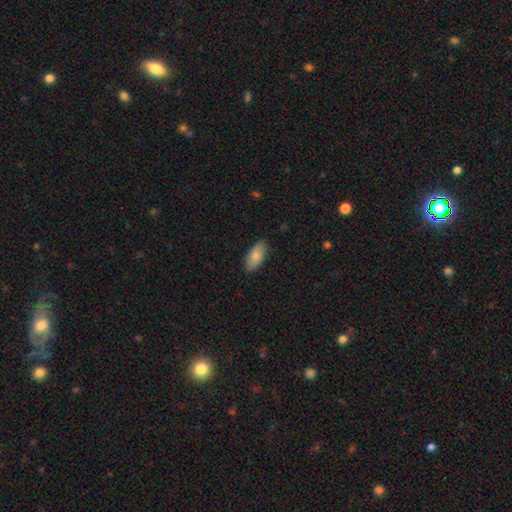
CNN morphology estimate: This is clearly a smooth galaxy (83%). How rounded: clearly in between (89%). Merging: clearly none (85%).